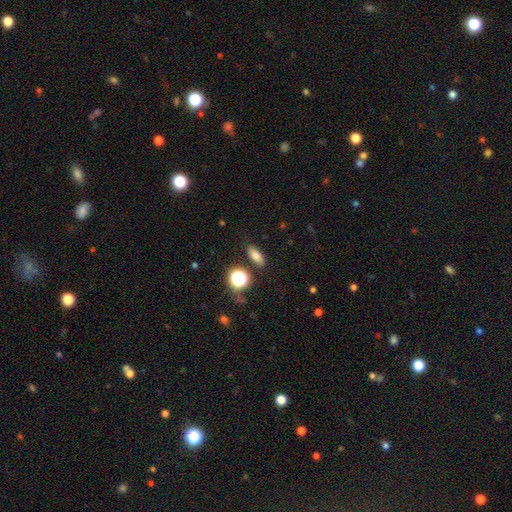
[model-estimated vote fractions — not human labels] This appears to be a smooth galaxy with no disk features (74%) that is in between round and cigar-shaped (70%). Merging: none (84%).